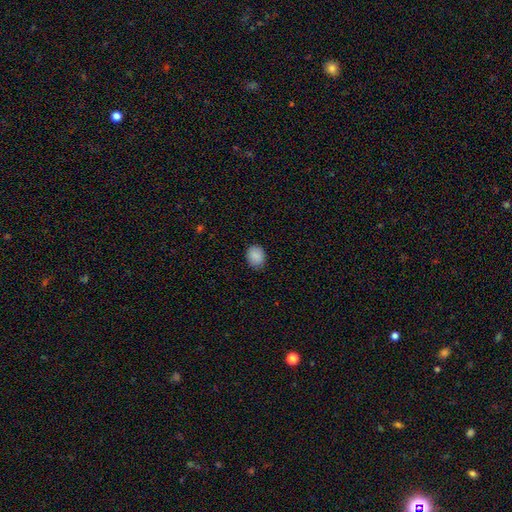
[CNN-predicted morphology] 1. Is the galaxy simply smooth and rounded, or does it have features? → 88% smooth, 8% star or artifact, 4% featured or disk.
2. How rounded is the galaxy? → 53% round, 46% in between, 1% cigar-shaped.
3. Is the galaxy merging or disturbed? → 85% none, 12% minor disturbance, 3% major disturbance, 1% merger.